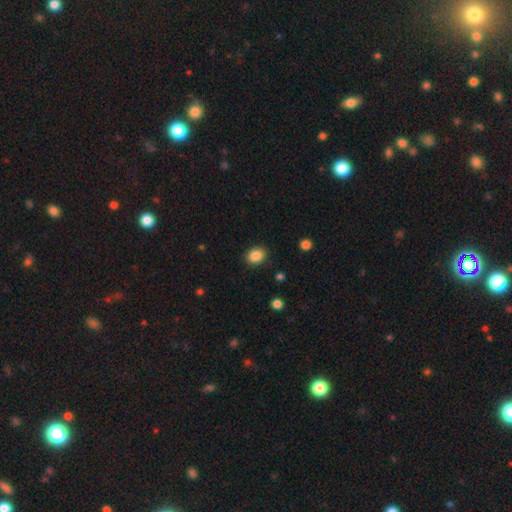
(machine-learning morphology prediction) smooth 87%, star or artifact 9%, featured or disk 4%. Down the decision tree: how rounded — round (55%); merging — none (89%).